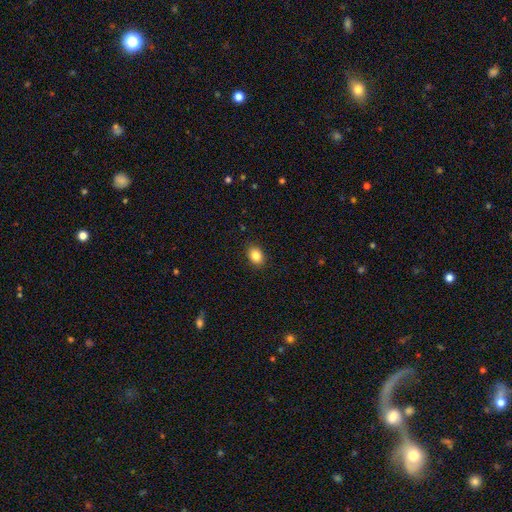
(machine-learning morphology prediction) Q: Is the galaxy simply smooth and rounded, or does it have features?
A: smooth — 85%.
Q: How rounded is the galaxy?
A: in between — 65%.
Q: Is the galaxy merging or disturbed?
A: none — 89%.